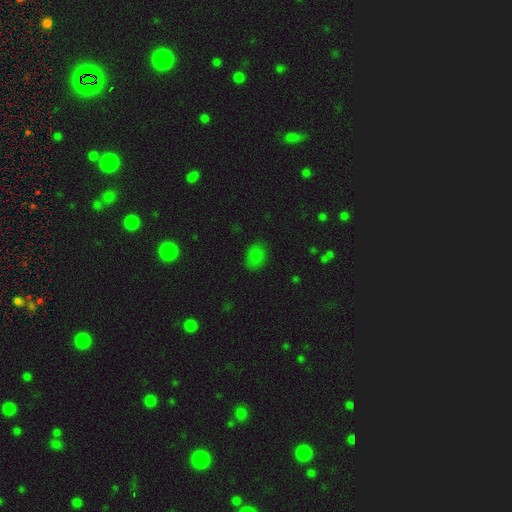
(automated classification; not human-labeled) Smooth or featured? Predicted: smooth (p=0.79). How rounded? Predicted: in between (p=0.68). Merging? Predicted: none (p=0.80).